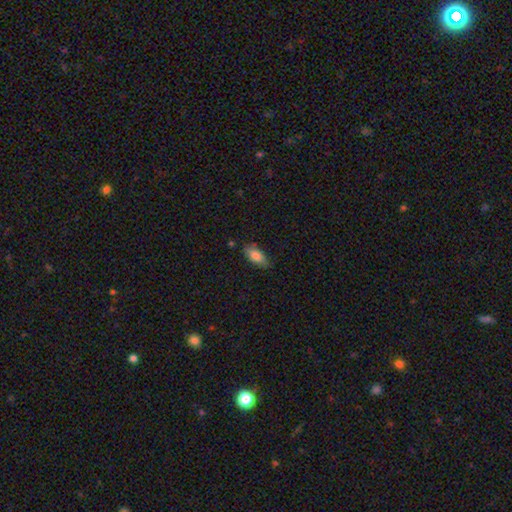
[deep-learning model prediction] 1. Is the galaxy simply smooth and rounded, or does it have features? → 83% smooth, 10% featured or disk, 7% star or artifact.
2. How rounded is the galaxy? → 86% in between, 11% cigar-shaped, 3% round.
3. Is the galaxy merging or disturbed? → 78% none, 17% minor disturbance, 3% major disturbance, 2% merger.